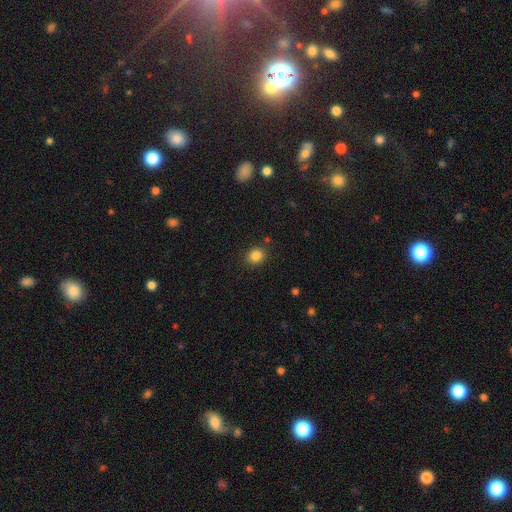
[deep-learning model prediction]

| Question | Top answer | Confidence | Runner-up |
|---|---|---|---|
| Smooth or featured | smooth | 84% | star or artifact (11%) |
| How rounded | round | 68% | in between (31%) |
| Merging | none | 87% | minor disturbance (8%) |